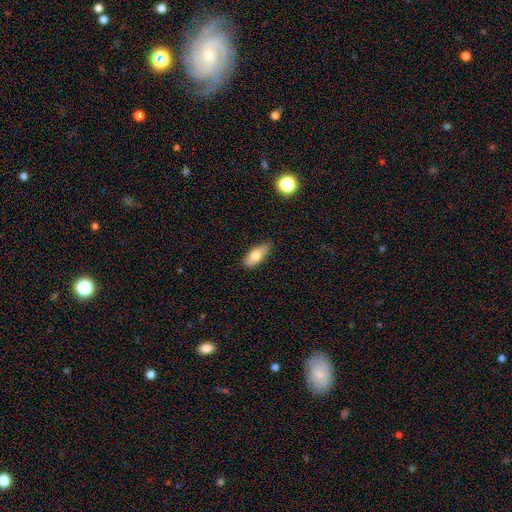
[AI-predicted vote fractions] Q: Smooth or featured?
A: smooth (75%); runner-up: featured or disk (18%)
Q: How rounded?
A: in between (80%); runner-up: cigar-shaped (17%)
Q: Merging?
A: none (77%); runner-up: minor disturbance (19%)